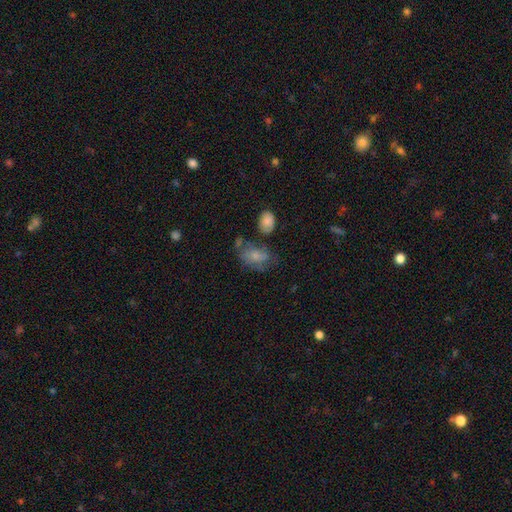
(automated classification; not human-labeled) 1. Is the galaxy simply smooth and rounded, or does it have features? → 67% smooth, 24% featured or disk, 9% star or artifact.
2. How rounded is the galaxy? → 83% in between, 15% round, 2% cigar-shaped.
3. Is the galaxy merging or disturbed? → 43% none, 26% minor disturbance, 17% major disturbance, 13% merger.